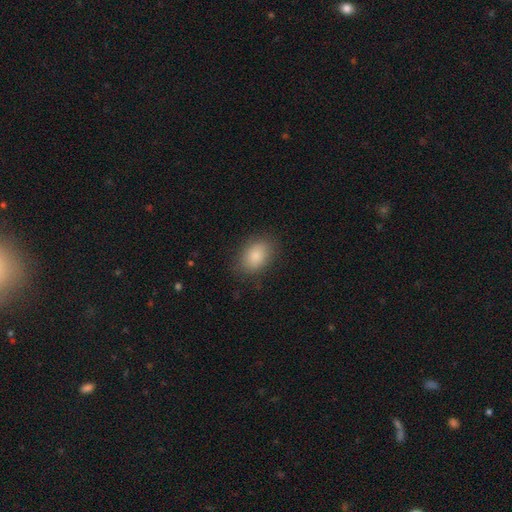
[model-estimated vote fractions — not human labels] smooth 86%, star or artifact 8%, featured or disk 6%. Down the decision tree: how rounded — in between (80%); merging — none (82%).